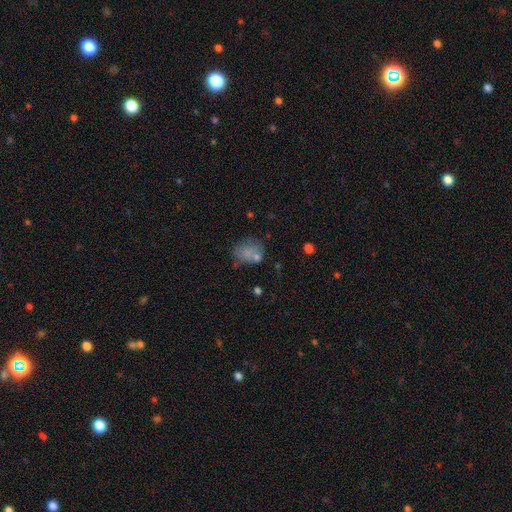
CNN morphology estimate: The model was most divided on "how rounded": in between: 50%, round: 48%, cigar-shaped: 1%. More confident: smooth or featured — smooth (72%); merging — none (53%).